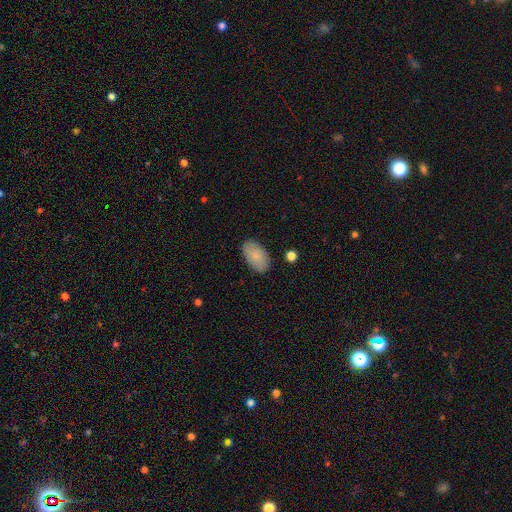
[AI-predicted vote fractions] smooth 85%, featured or disk 9%, star or artifact 6%. Down the decision tree: how rounded — in between (94%); merging — none (86%).